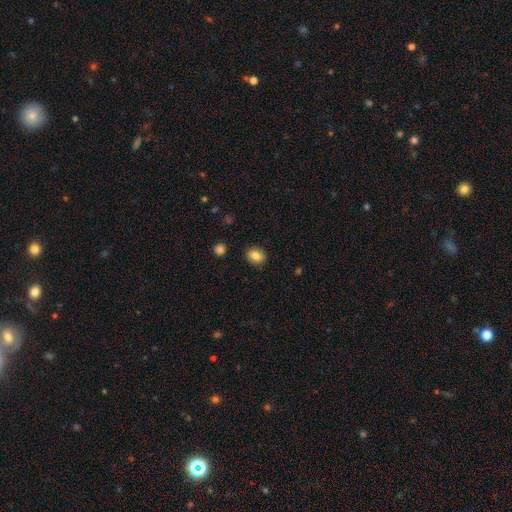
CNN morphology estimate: smooth-or-featured: smooth: 83% | star or artifact: 9% | featured or disk: 8%
  how-rounded: in between: 51% | round: 48% | cigar-shaped: 1%
  merging: none: 88% | minor disturbance: 8% | major disturbance: 2% | merger: 1%